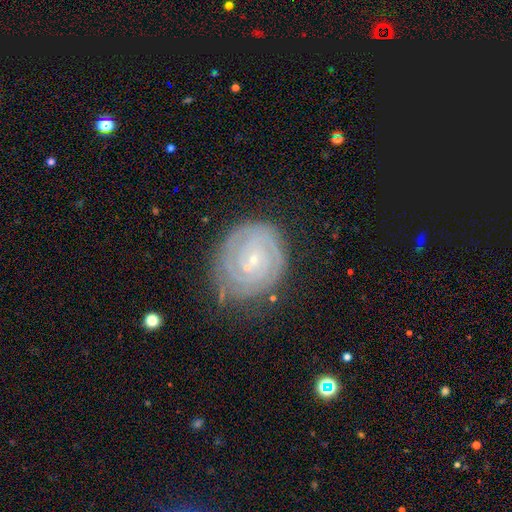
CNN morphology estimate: The model was most divided on "spiral arm count": 2: 35%, can't tell: 34%, 3: 13%, 4: 7%, 1: 5%, more than 4: 5%. More confident: edge-on disk — no (98%); spiral arms — yes (93%); spiral winding — tight (81%); bulge size — small (81%); smooth or featured — featured or disk (79%); merging — none (75%); bar — no (53%).